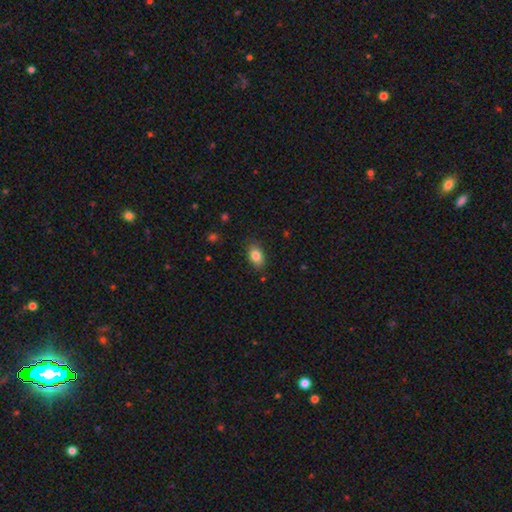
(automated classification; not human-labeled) smooth-or-featured: smooth: 84% | featured or disk: 8% | star or artifact: 8%
  how-rounded: in between: 88% | round: 10% | cigar-shaped: 2%
  merging: none: 83% | minor disturbance: 13% | major disturbance: 3% | merger: 1%